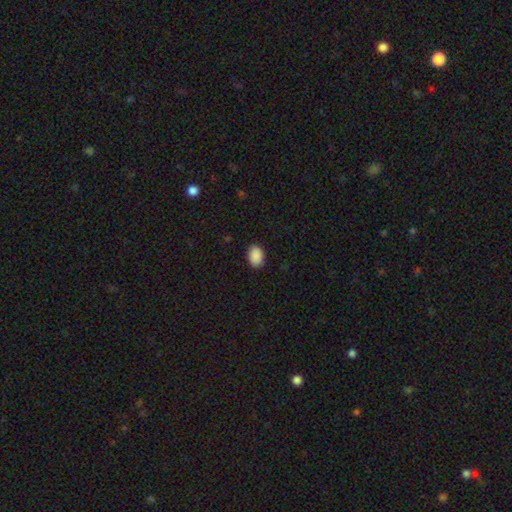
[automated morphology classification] type=smooth (90%); roundness=in between (80%); merging=none (89%).